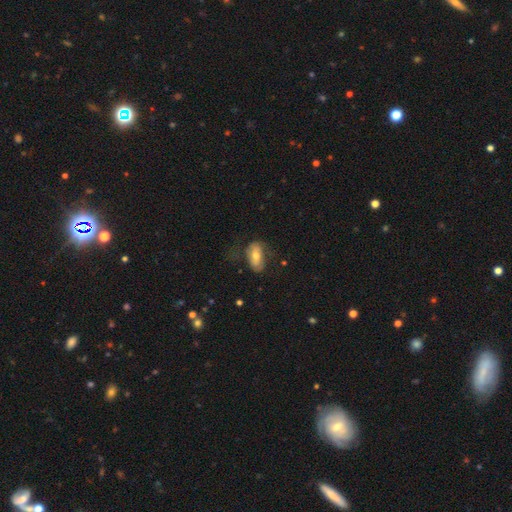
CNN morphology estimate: smooth 58%, featured or disk 34%, star or artifact 8%. Down the decision tree: how rounded — in between (88%); merging — none (53%).